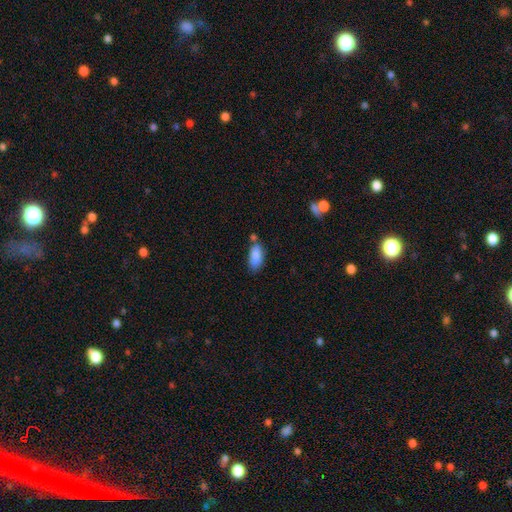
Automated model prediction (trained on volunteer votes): Smooth or featured: smooth — 86% (star or artifact — 7%)
How rounded: in between — 89% (cigar-shaped — 9%)
Merging: none — 59% (minor disturbance — 20%)